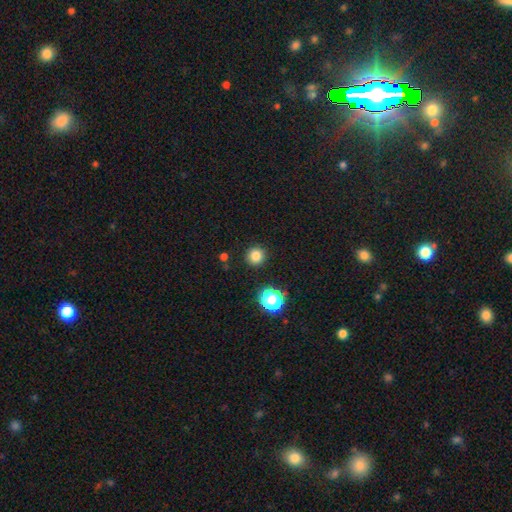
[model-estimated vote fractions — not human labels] Smooth or featured?
  - smooth: 81% *
  - star or artifact: 15%
  - featured or disk: 4%
How rounded?
  - round: 95% *
  - in between: 4%
  - cigar-shaped: 1%
Merging?
  - none: 90% *
  - minor disturbance: 6%
  - major disturbance: 2%
  - merger: 2%